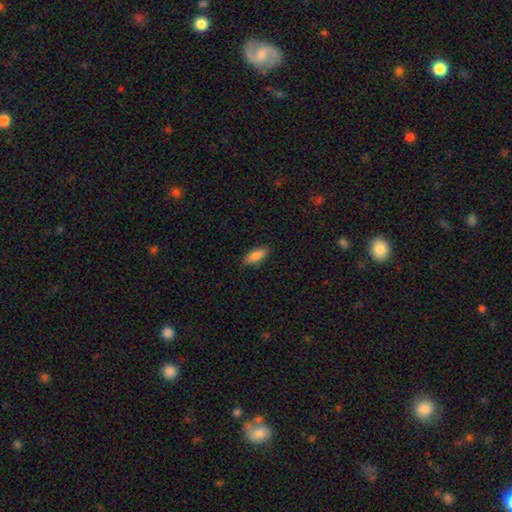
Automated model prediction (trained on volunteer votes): The model was most divided on "how rounded": in between: 71%, cigar-shaped: 27%, round: 2%. More confident: smooth or featured — smooth (84%); merging — none (83%).